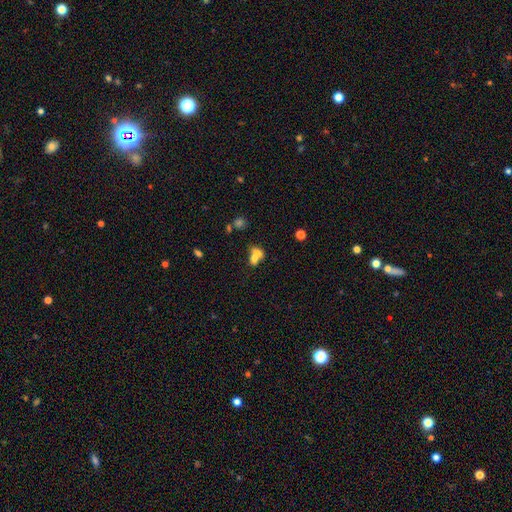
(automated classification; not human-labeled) Smooth or featured?
  - smooth: 67% *
  - featured or disk: 20%
  - star or artifact: 13%
How rounded?
  - in between: 61% *
  - round: 35%
  - cigar-shaped: 4%
Merging?
  - merger: 66% *
  - none: 22%
  - minor disturbance: 7%
  - major disturbance: 5%